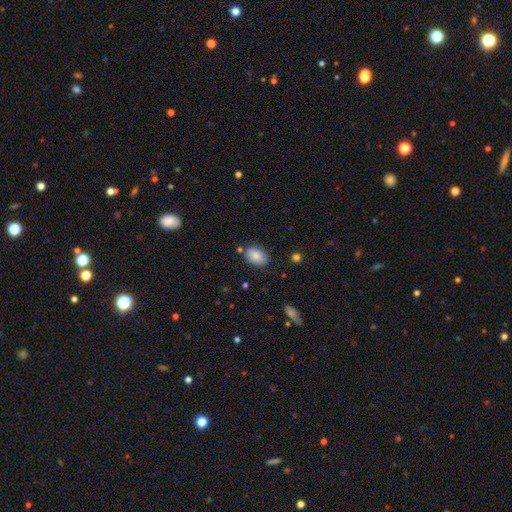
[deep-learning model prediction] Morphology: type=smooth (84%); roundness=in between (84%); merging=none (77%).